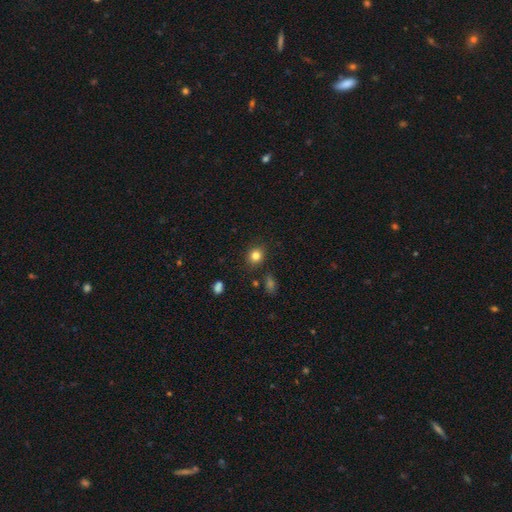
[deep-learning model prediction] The model was most divided on "how rounded": round: 74%, in between: 25%, cigar-shaped: 1%. More confident: merging — none (85%); smooth or featured — smooth (82%).